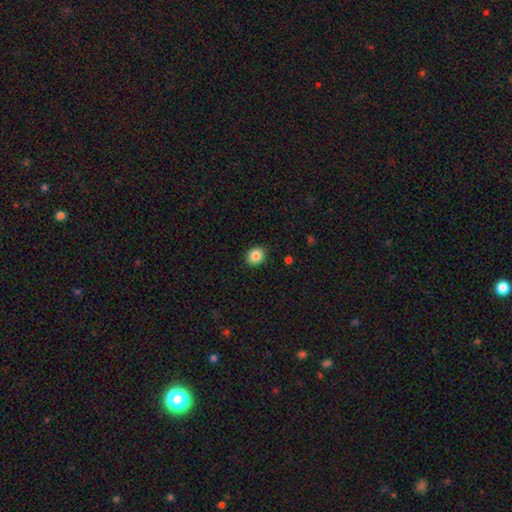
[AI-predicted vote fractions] This appears to be a smooth galaxy with no disk features (86%) that is round (60%). Merging: none (90%).